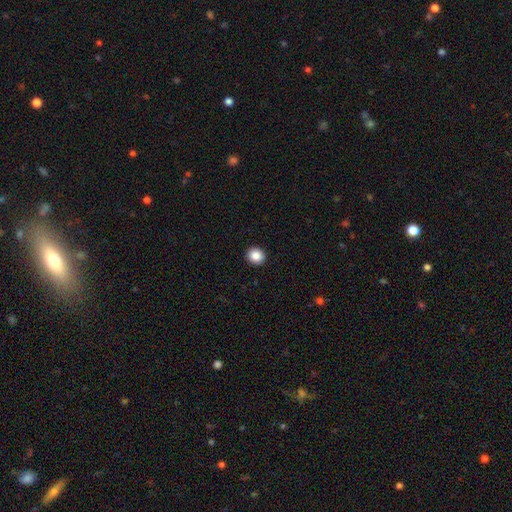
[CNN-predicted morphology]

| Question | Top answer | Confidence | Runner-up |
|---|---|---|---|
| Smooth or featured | smooth | 87% | star or artifact (9%) |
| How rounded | round | 84% | in between (16%) |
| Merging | none | 93% | minor disturbance (4%) |